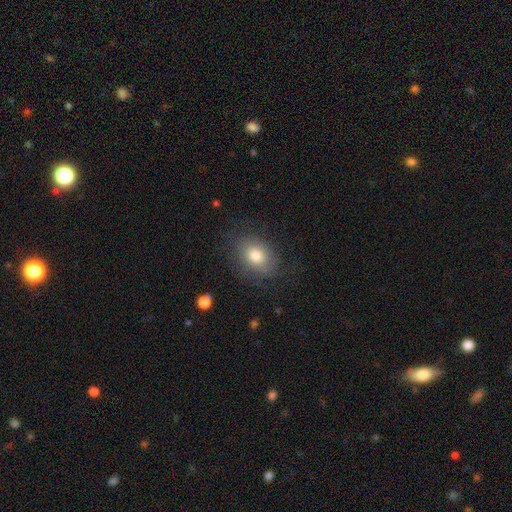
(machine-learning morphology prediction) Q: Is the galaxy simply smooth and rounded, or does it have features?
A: smooth — 72%.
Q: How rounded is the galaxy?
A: in between — 69%.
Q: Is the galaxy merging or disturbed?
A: none — 75%.